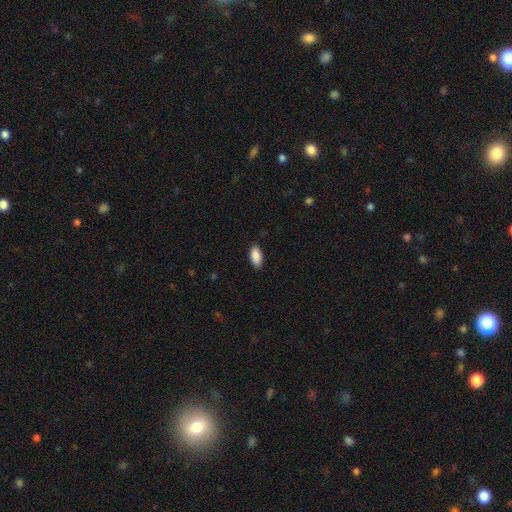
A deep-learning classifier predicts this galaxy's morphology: A smooth galaxy with no disk features (90%) that is in between round and cigar-shaped (94%). Merging: none (86%).